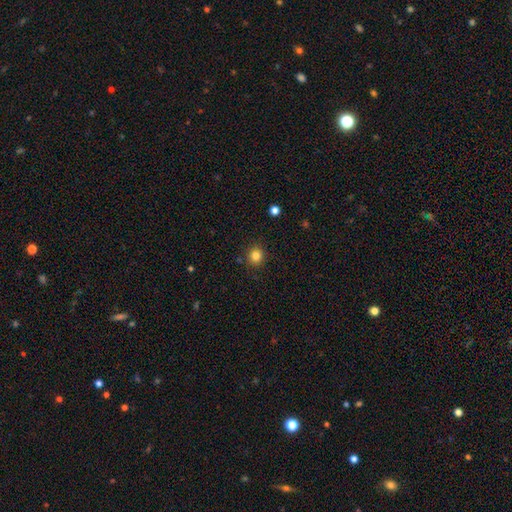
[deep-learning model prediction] Smooth or featured?
  - smooth: 83% *
  - star or artifact: 12%
  - featured or disk: 5%
How rounded?
  - round: 89% *
  - in between: 10%
  - cigar-shaped: 1%
Merging?
  - none: 89% *
  - minor disturbance: 7%
  - major disturbance: 2%
  - merger: 2%